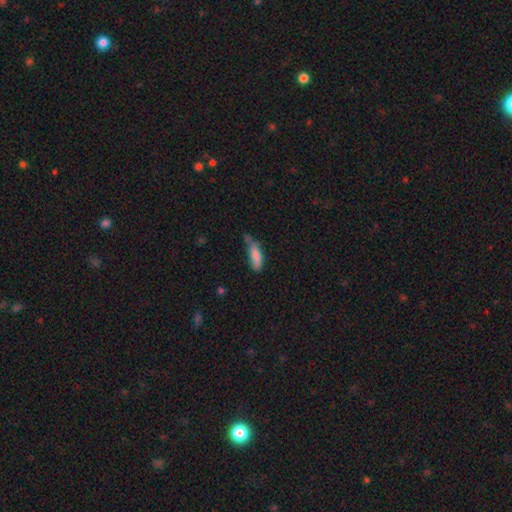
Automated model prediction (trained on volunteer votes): A smooth galaxy with no disk features (81%) that is in between round and cigar-shaped (53%). Merging: none (43%).